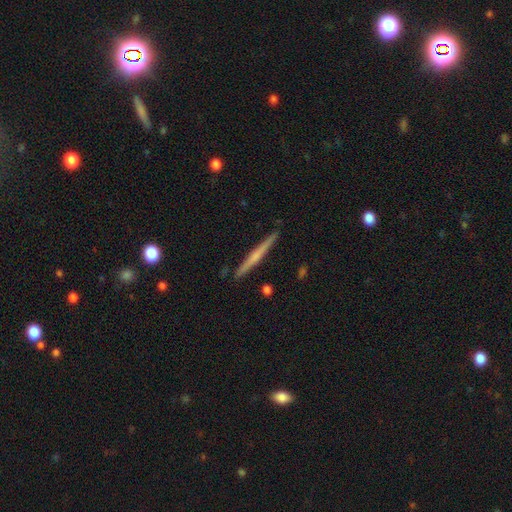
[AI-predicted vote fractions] A featured or disk galaxy (59%) viewed edge-on (98%) with no central bulge (49%).

Vote fractions:
- Smooth or featured? featured or disk: 59% / smooth: 36% / star or artifact: 5%
- Edge-on disk? yes: 98% / no: 2%
- Edge-on bulge? none: 49% / rounded: 41% / boxy: 10%
- Merging? none: 91% / minor disturbance: 6% / major disturbance: 1% / merger: 1%